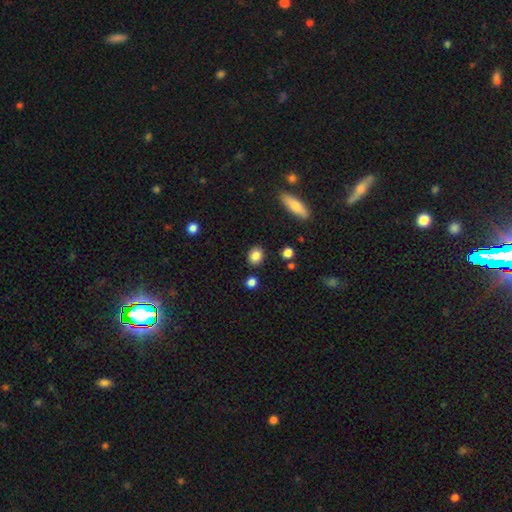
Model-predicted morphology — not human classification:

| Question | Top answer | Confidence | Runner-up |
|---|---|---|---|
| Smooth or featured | smooth | 85% | star or artifact (10%) |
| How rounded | round | 62% | in between (36%) |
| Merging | none | 87% | minor disturbance (8%) |